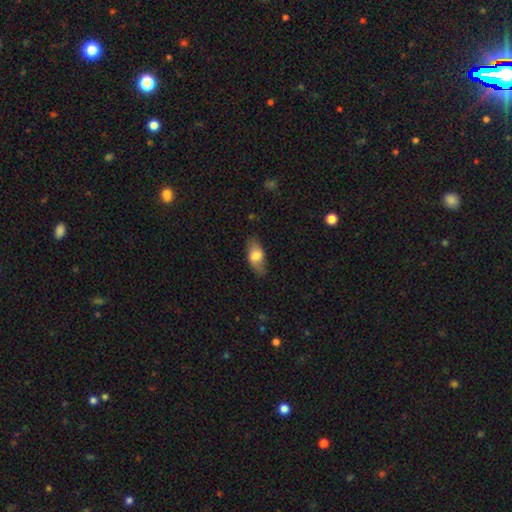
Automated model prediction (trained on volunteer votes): A smooth galaxy with no disk features (71%) that is in between round and cigar-shaped (87%). Merging: none (74%).